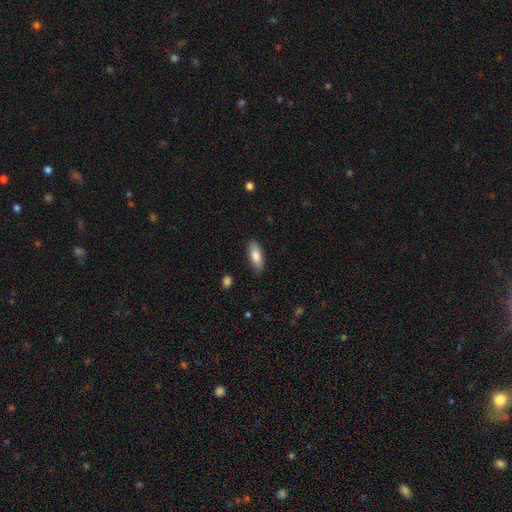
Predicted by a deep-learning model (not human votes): A smooth galaxy with no disk features (82%) that is in between round and cigar-shaped (76%). Merging: none (87%).